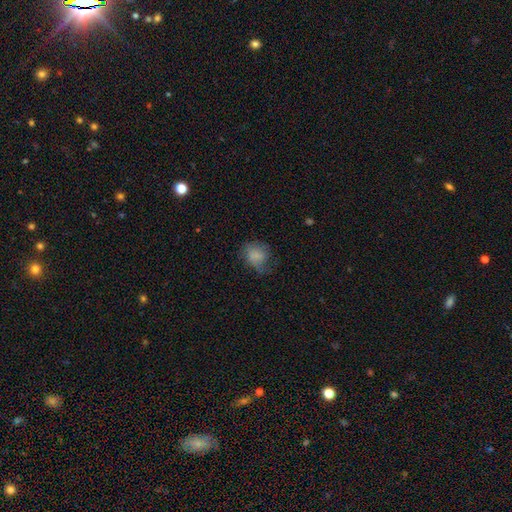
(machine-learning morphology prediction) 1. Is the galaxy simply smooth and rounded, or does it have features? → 73% smooth, 17% featured or disk, 10% star or artifact.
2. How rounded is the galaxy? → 57% round, 42% in between, 1% cigar-shaped.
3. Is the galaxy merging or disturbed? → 48% none, 29% minor disturbance, 21% major disturbance, 2% merger.